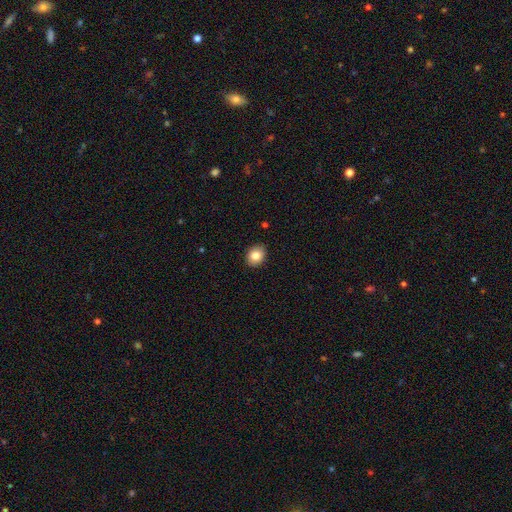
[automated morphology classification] A smooth galaxy with no disk features (84%) that is in between round and cigar-shaped (55%). Merging: none (90%).